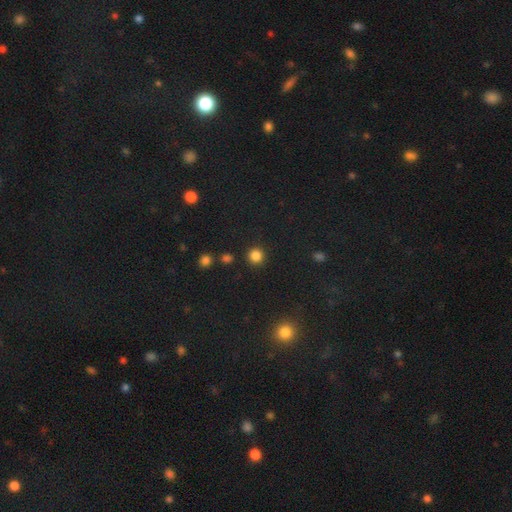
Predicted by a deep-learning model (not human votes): This appears to be a smooth galaxy with no disk features (84%) that is round (94%). Merging: none (90%).